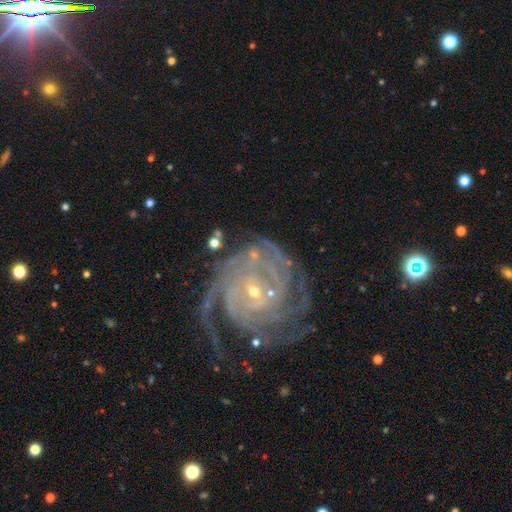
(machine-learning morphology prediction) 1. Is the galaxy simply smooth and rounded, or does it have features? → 89% featured or disk, 7% star or artifact, 4% smooth.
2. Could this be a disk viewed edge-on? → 97% no, 3% yes.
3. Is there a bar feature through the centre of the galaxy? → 52% no, 34% weak, 14% strong.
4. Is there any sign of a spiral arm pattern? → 98% yes, 2% no.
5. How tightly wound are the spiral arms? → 76% tight, 20% medium, 4% loose.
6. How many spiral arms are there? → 24% can't tell, 23% 4, 17% 3, 15% more than 4, 13% 2, 7% 1.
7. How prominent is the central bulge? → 78% small, 17% moderate, 2% none, 1% large, 1% dominant.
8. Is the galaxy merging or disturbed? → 60% none, 21% minor disturbance, 15% major disturbance, 4% merger.